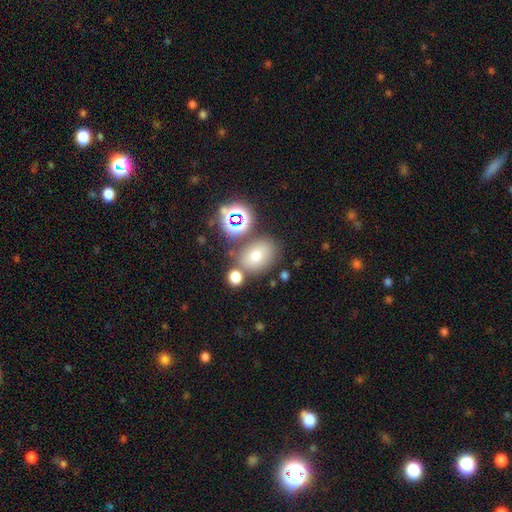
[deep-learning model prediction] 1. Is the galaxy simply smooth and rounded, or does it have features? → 63% smooth, 23% star or artifact, 13% featured or disk.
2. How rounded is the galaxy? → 64% in between, 35% round, 1% cigar-shaped.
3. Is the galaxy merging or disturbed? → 69% none, 14% merger, 13% minor disturbance, 5% major disturbance.